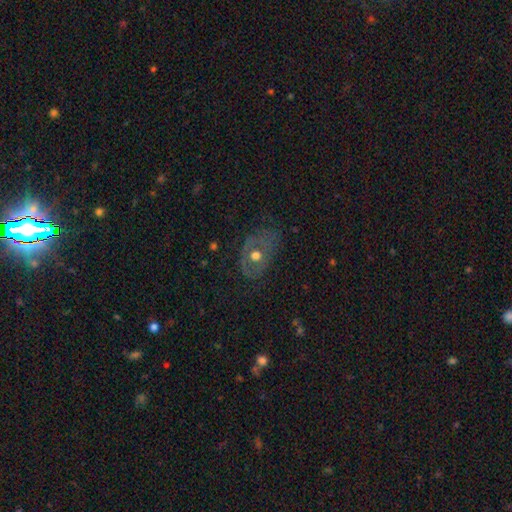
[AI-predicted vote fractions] A featured or disk galaxy (48%).

Vote fractions:
- Smooth or featured? featured or disk: 48% / smooth: 42% / star or artifact: 10%
- Merging? none: 57% / minor disturbance: 24% / major disturbance: 17% / merger: 2%